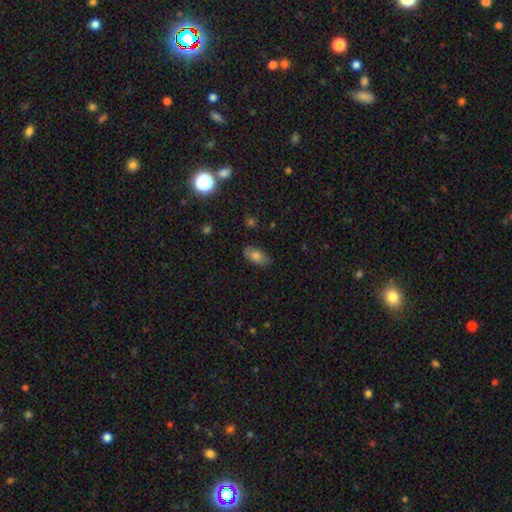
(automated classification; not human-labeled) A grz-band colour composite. It shows a smooth galaxy with no disk features (79%) that is in between round and cigar-shaped (90%). Merging: none (83%).